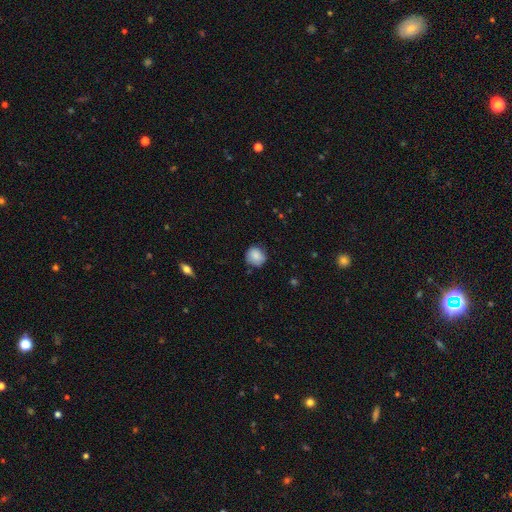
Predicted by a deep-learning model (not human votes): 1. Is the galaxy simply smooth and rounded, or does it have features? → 84% smooth, 8% featured or disk, 8% star or artifact.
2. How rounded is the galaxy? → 86% round, 13% in between, 1% cigar-shaped.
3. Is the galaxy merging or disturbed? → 74% none, 21% minor disturbance, 4% major disturbance, 2% merger.